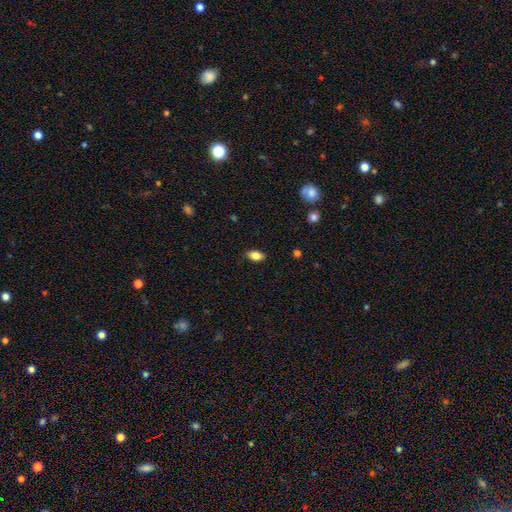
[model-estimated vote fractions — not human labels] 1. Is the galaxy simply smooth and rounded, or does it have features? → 82% smooth, 9% featured or disk, 8% star or artifact.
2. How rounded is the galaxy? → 88% in between, 7% round, 4% cigar-shaped.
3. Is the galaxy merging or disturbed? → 85% none, 12% minor disturbance, 2% major disturbance, 1% merger.